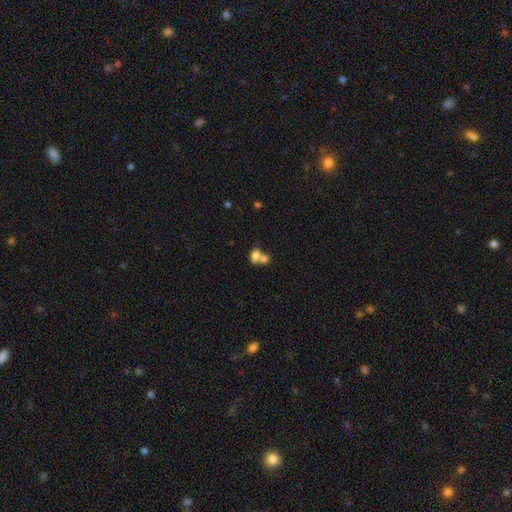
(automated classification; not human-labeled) smooth-or-featured: smooth: 74% | featured or disk: 15% | star or artifact: 10%
  how-rounded: in between: 64% | round: 35% | cigar-shaped: 2%
  merging: merger: 66% | none: 24% | minor disturbance: 7% | major disturbance: 4%